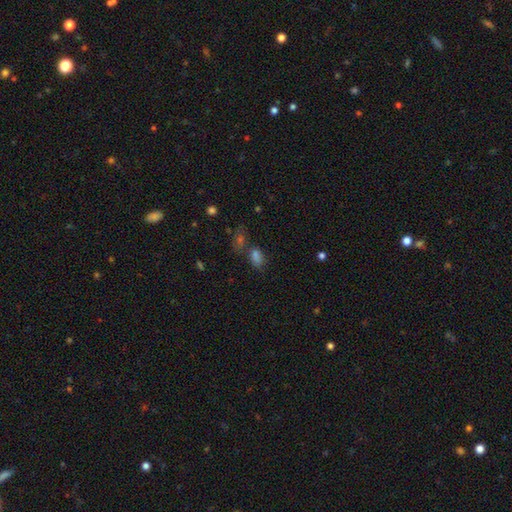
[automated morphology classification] Overall: smooth (64%; star or artifact 26%). How rounded: in between (82%). Merging: none (51%; merger 30%).